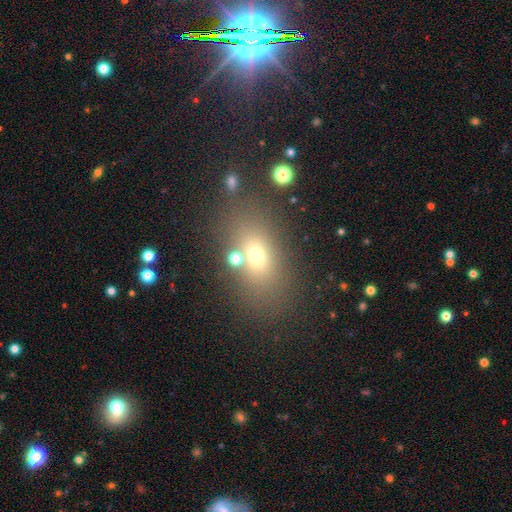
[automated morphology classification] This is likely a smooth galaxy (65%). How rounded: likely in between (72%). Merging: likely none (73%).